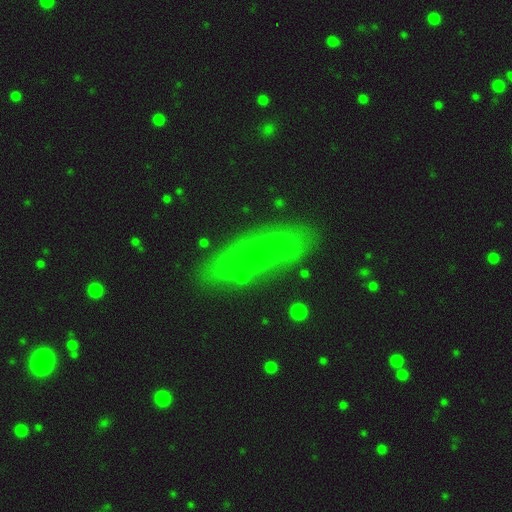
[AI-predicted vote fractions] This appears to be a featured or disk galaxy (47%). Merging: none (70%).